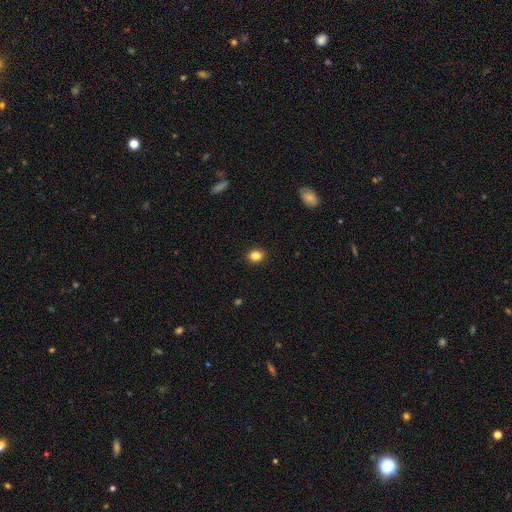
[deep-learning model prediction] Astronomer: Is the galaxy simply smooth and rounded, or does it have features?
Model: smooth — 84%.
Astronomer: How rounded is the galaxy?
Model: round — 73%.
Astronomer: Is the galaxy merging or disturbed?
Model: none — 92%.